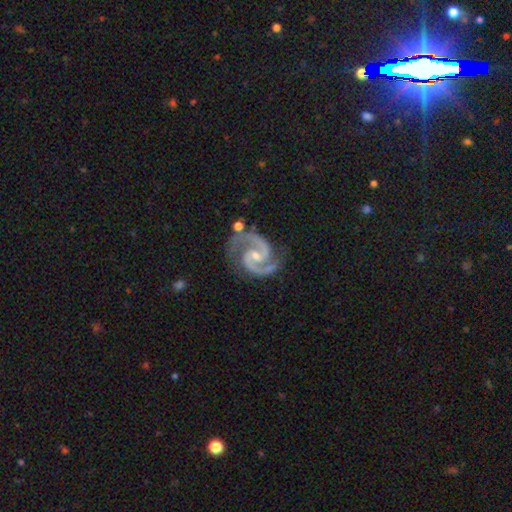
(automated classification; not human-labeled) featured or disk 94%, star or artifact 4%, smooth 2%. Down the decision tree: edge-on disk — no (98%); bar — weak (43%); spiral arms — yes (99%); spiral arm count — 2 (94%); spiral winding — medium (67%); bulge size — small (58%); merging — none (76%).